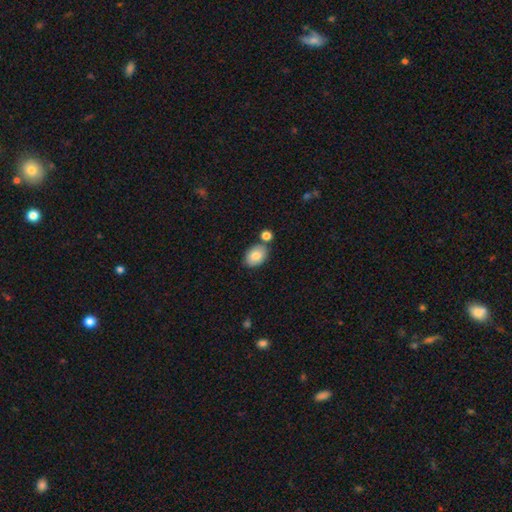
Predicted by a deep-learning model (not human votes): The model was most divided on "merging": none: 70%, merger: 14%, minor disturbance: 13%, major disturbance: 3%. More confident: smooth or featured — smooth (82%); how rounded — in between (78%).